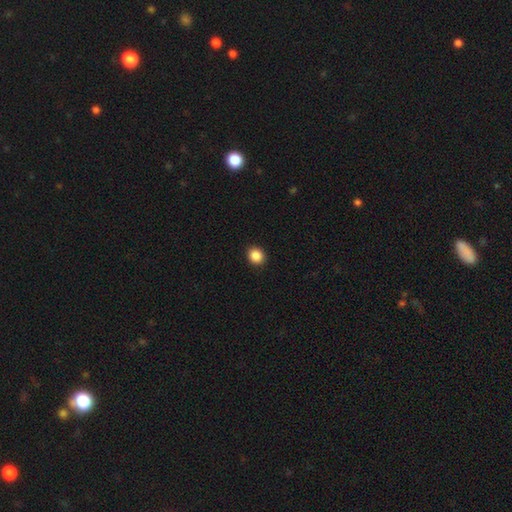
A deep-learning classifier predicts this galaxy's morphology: Smooth or featured? smooth (88%)
How rounded? round (77%)
Merging? none (92%)